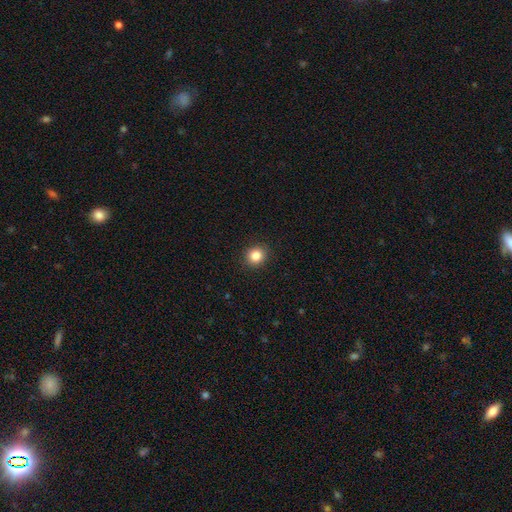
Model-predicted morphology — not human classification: smooth_or_featured: smooth (p=0.84) [alt: star or artifact p=0.11]
how_rounded: round (p=0.88) [alt: in between p=0.11]
merging: none (p=0.92) [alt: minor disturbance p=0.05]